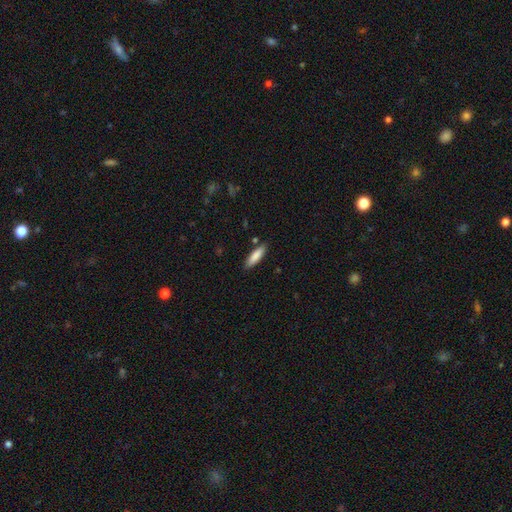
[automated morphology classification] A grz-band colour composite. It shows a smooth galaxy with no disk features (85%) that is cigar-shaped (59%). Merging: none (85%).